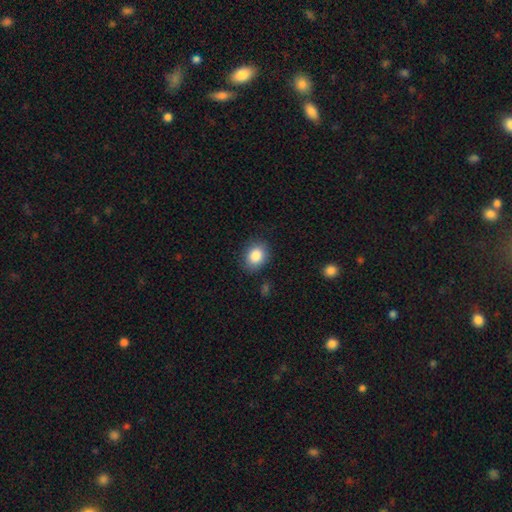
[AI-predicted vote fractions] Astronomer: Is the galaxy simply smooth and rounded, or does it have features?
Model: smooth — 86%.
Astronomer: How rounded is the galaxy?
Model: in between — 54% (runner-up: round, 45%).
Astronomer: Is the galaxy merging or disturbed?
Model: none — 83%.